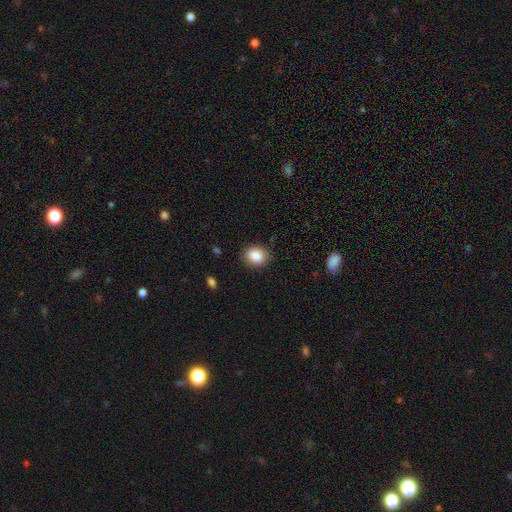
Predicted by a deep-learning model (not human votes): The model was most divided on "how rounded": round: 53%, in between: 46%, cigar-shaped: 1%. More confident: smooth or featured — smooth (87%); merging — none (85%).